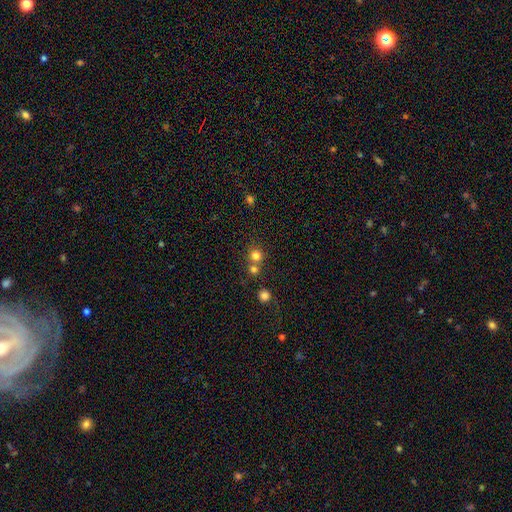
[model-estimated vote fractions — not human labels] Smooth or featured?
  - smooth: 77% *
  - star or artifact: 15%
  - featured or disk: 7%
How rounded?
  - round: 91% *
  - in between: 8%
  - cigar-shaped: 1%
Merging?
  - none: 58% *
  - merger: 33%
  - minor disturbance: 6%
  - major disturbance: 3%